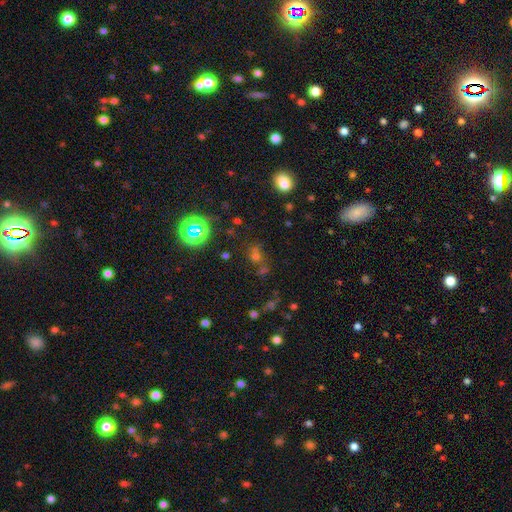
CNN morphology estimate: Overall: star or artifact (46%; smooth 43%).